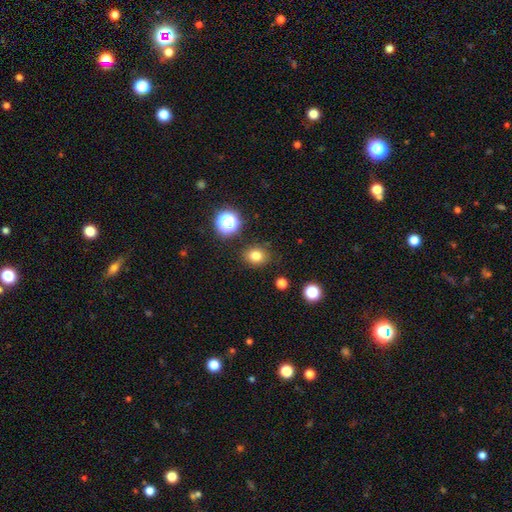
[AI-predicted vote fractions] Smooth or featured: smooth — 79% (star or artifact — 14%)
How rounded: round — 65% (in between — 34%)
Merging: none — 85% (minor disturbance — 9%)